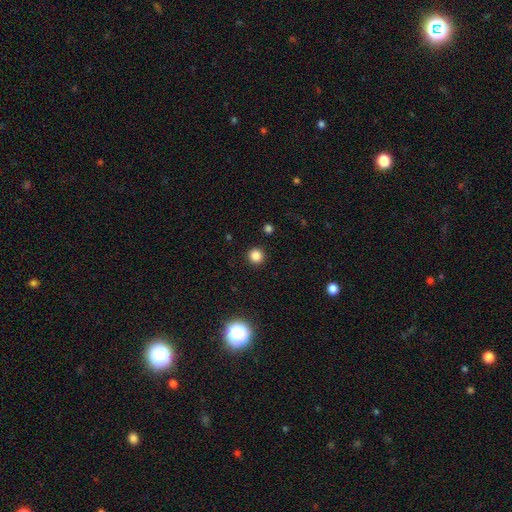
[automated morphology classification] This appears to be a smooth galaxy with no disk features (84%) that is round (95%). Merging: none (91%).